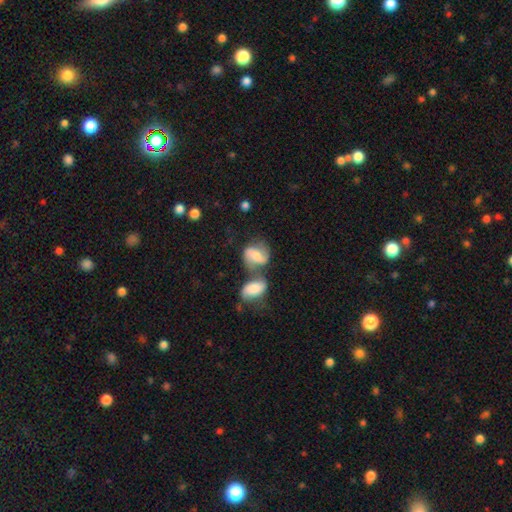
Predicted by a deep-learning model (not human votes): A featured or disk galaxy (53%) with a weak bar (41%), spiral arms (85%) and a moderate central bulge (39%). Merging: merger (50%).